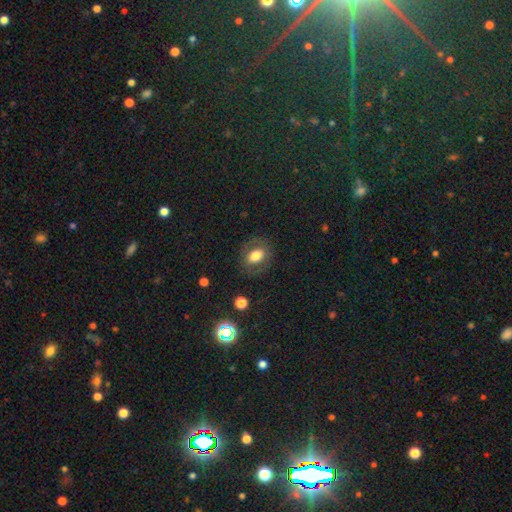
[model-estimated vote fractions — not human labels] A smooth galaxy with no disk features (64%) that is in between round and cigar-shaped (59%). Merging: none (79%).